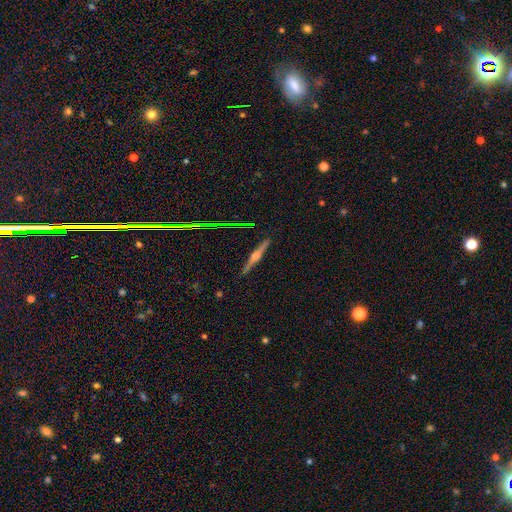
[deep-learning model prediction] Smooth or featured? Predicted: featured or disk (p=0.74). Edge-on disk? Predicted: yes (p=0.98). Edge-on bulge? Predicted: rounded (p=0.82). Merging? Predicted: none (p=0.91).